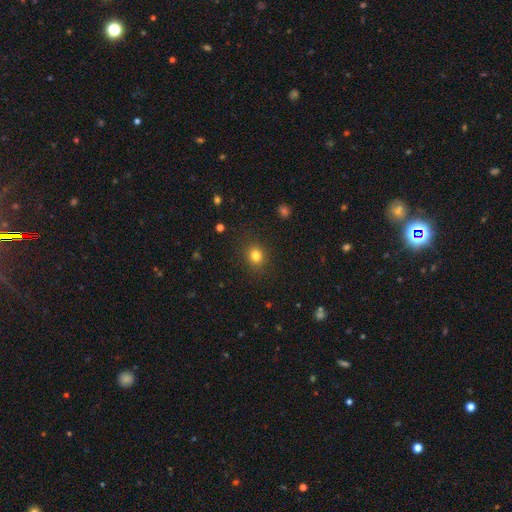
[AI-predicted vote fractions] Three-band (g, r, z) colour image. It shows a smooth galaxy with no disk features (81%) that is round (72%). Merging: none (88%).